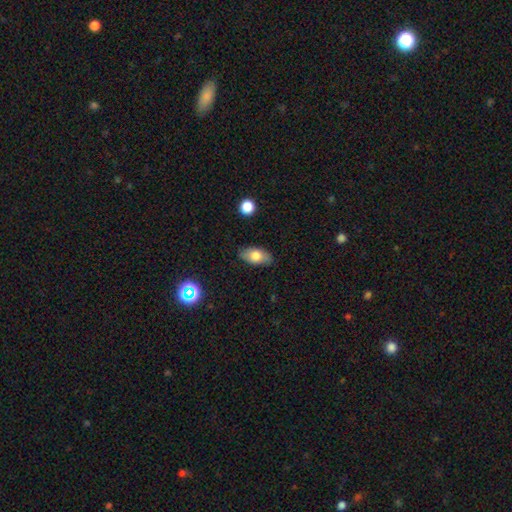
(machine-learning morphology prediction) Q: Smooth or featured?
A: smooth (74%); runner-up: featured or disk (19%)
Q: How rounded?
A: in between (90%); runner-up: round (6%)
Q: Merging?
A: none (81%); runner-up: minor disturbance (15%)